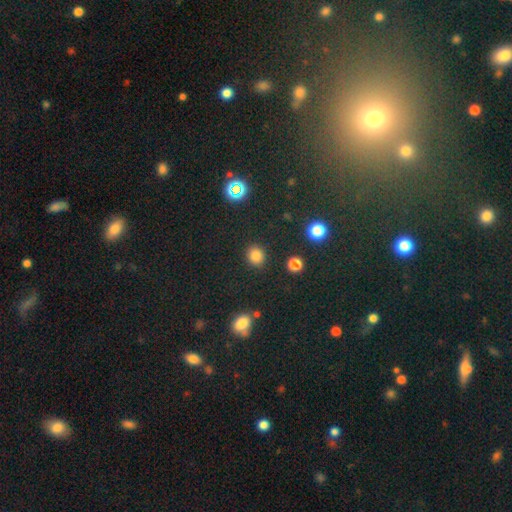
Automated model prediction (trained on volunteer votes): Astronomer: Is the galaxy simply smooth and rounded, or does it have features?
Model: smooth — 81%.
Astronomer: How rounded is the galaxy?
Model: round — 76%.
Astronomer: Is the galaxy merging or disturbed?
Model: none — 88%.